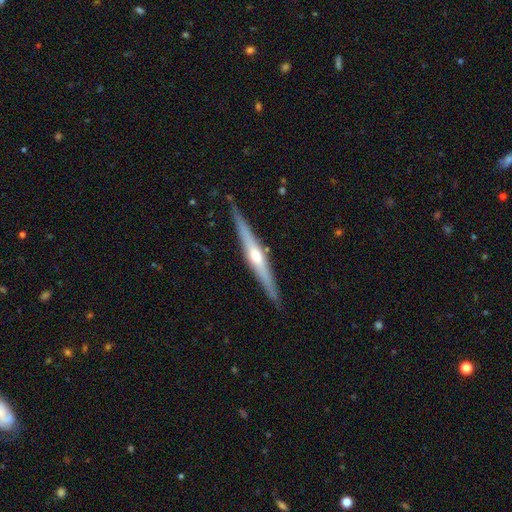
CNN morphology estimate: A featured or disk galaxy (74%) viewed edge-on (97%) with a rounded central bulge (84%). Merging: none (89%).